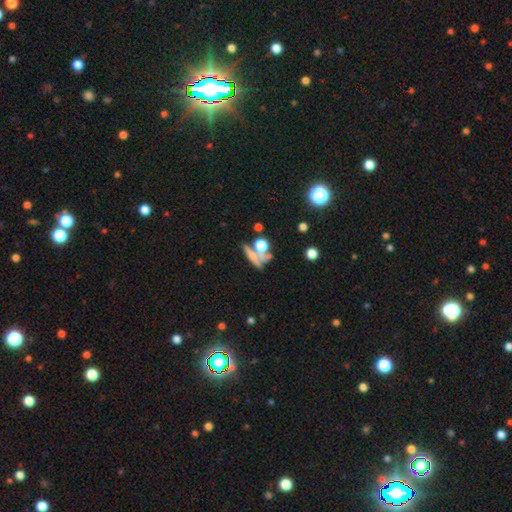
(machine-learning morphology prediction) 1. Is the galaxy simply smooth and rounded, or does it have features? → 57% smooth, 28% featured or disk, 16% star or artifact.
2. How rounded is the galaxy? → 39% round, 33% cigar-shaped, 29% in between.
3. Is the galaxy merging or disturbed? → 44% none, 35% merger, 12% minor disturbance, 10% major disturbance.